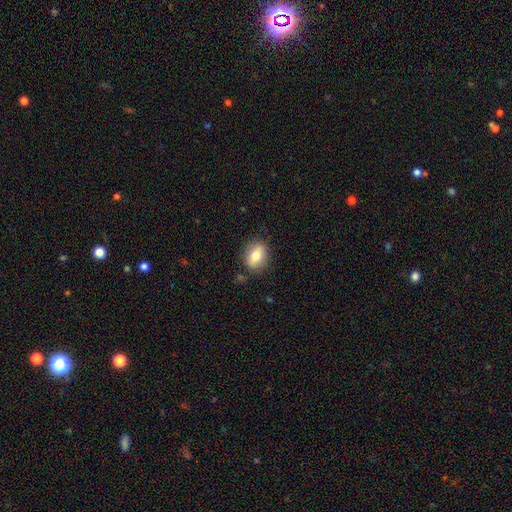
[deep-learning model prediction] A smooth galaxy with no disk features (74%) that is in between round and cigar-shaped (67%).

Vote fractions:
- Smooth or featured? smooth: 74% / featured or disk: 18% / star or artifact: 8%
- How rounded? in between: 67% / round: 31% / cigar-shaped: 2%
- Merging? none: 83% / minor disturbance: 12% / major disturbance: 3% / merger: 2%